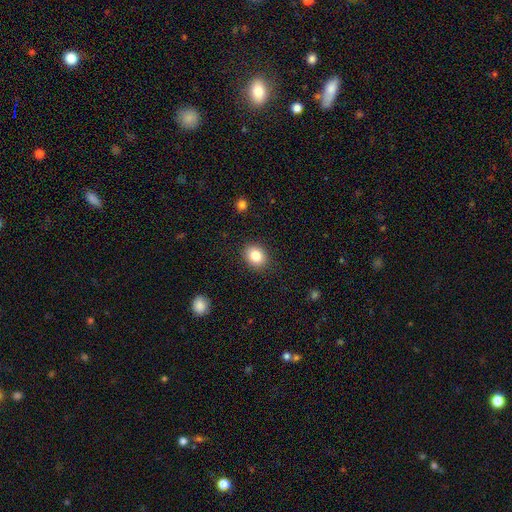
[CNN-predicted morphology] Q: Smooth or featured?
A: smooth (84%); runner-up: star or artifact (9%)
Q: How rounded?
A: round (52%); runner-up: in between (47%)
Q: Merging?
A: none (88%); runner-up: minor disturbance (9%)